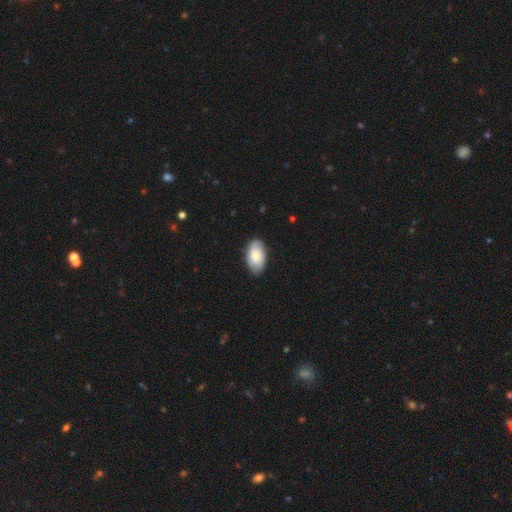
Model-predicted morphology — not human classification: Q: Smooth or featured?
A: smooth (69%); runner-up: featured or disk (25%)
Q: How rounded?
A: in between (95%); runner-up: round (4%)
Q: Merging?
A: none (82%); runner-up: minor disturbance (14%)